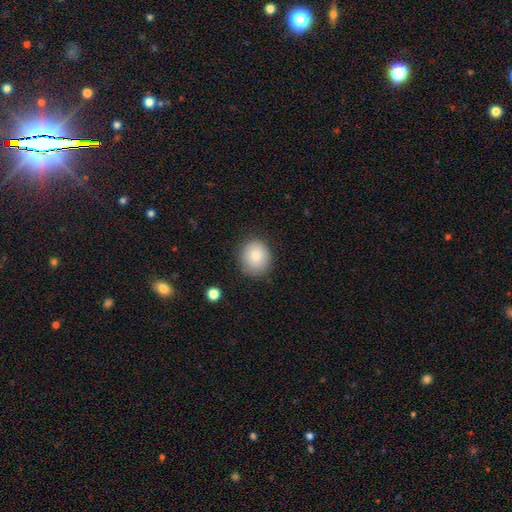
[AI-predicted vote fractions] Morphology: type=smooth (83%); roundness=round (75%); merging=none (83%).